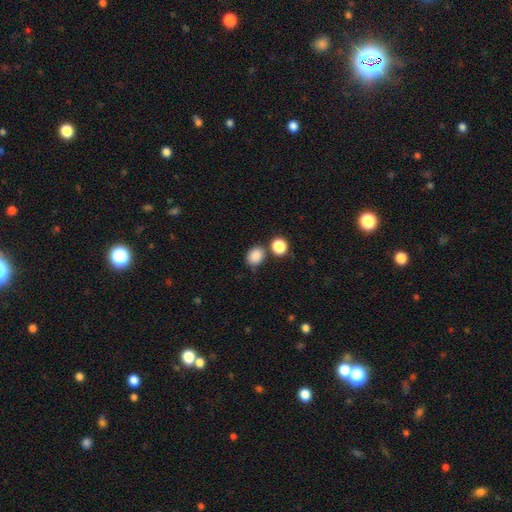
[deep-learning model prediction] smooth 86%, star or artifact 10%, featured or disk 4%. Down the decision tree: how rounded — in between (50%); merging — none (70%).